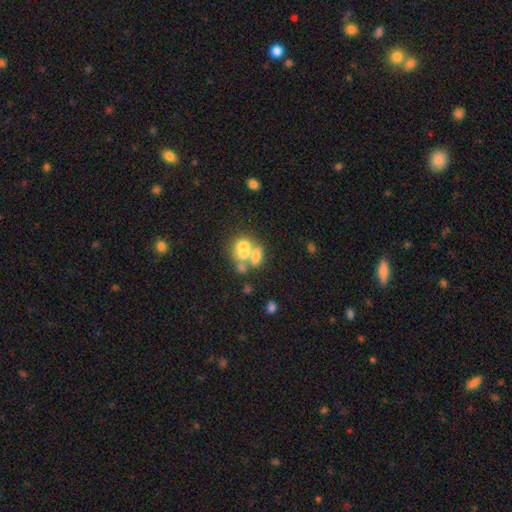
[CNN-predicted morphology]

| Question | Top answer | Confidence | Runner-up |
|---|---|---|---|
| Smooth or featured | smooth | 54% | featured or disk (32%) |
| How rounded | in between | 56% | round (41%) |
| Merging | merger | 60% | none (25%) |